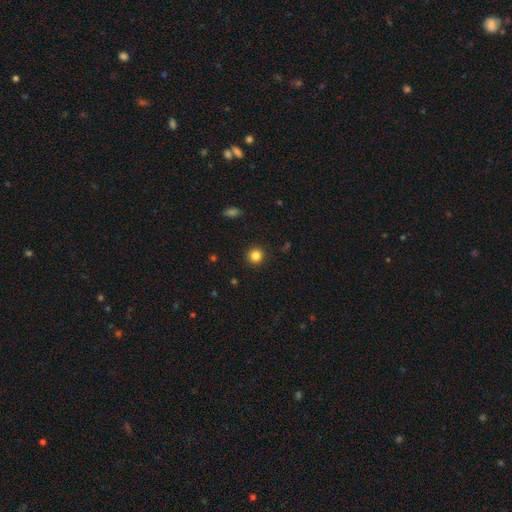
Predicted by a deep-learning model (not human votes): Smooth or featured? smooth (84%)
How rounded? round (94%)
Merging? none (92%)